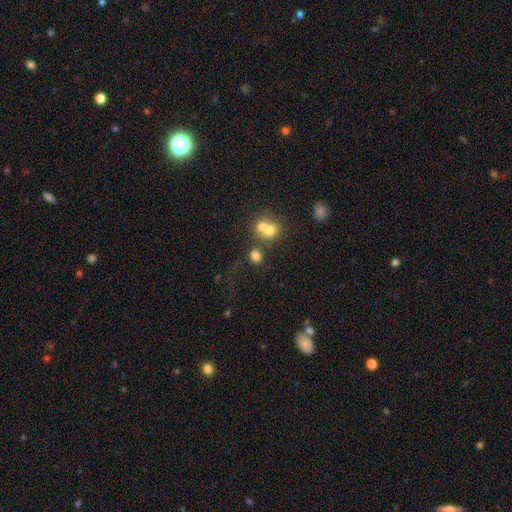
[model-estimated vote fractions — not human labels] smooth 74%, star or artifact 13%, featured or disk 12%. Down the decision tree: how rounded — round (52%); merging — none (42%).